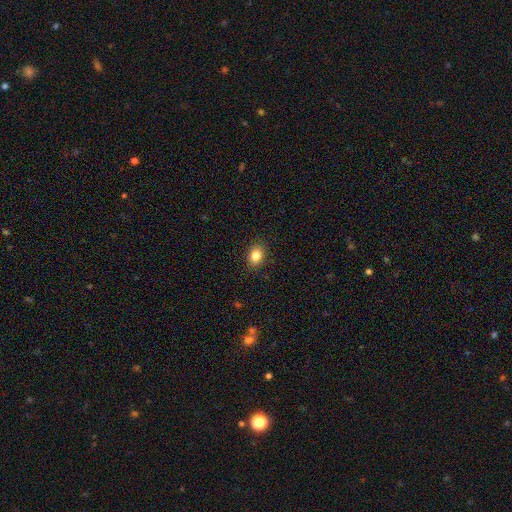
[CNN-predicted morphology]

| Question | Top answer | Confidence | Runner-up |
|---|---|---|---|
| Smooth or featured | smooth | 84% | star or artifact (9%) |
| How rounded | in between | 66% | round (33%) |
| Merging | none | 88% | minor disturbance (8%) |